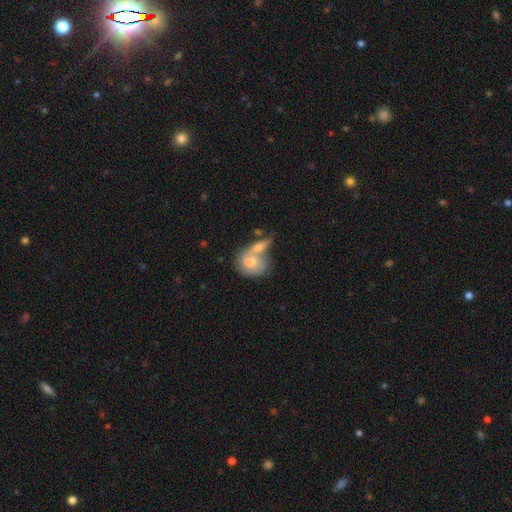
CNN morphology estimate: smooth_or_featured: smooth (p=0.61) [alt: featured or disk p=0.28]
how_rounded: round (p=0.63) [alt: in between p=0.35]
merging: merger (p=0.57) [alt: none p=0.28]